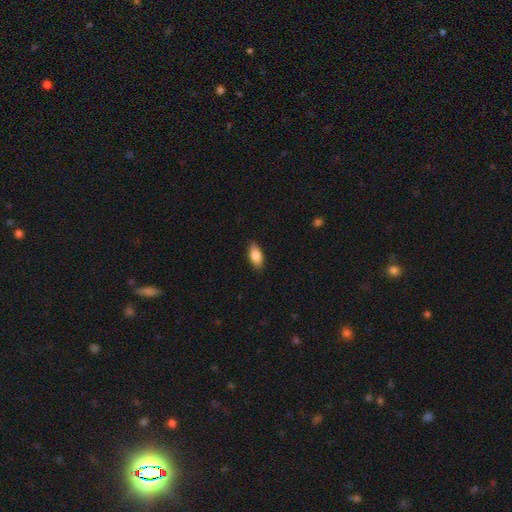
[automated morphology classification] This is clearly a smooth galaxy (85%). How rounded: clearly in between (90%). Merging: clearly none (87%).